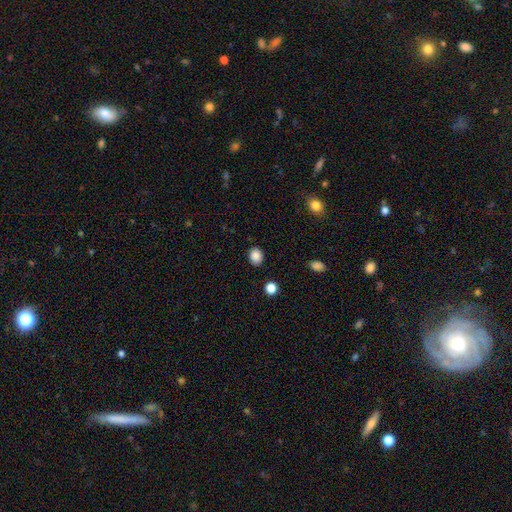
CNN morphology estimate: smooth_or_featured: smooth (p=0.87) [alt: star or artifact p=0.10]
how_rounded: round (p=0.54) [alt: in between p=0.45]
merging: none (p=0.86) [alt: minor disturbance p=0.10]